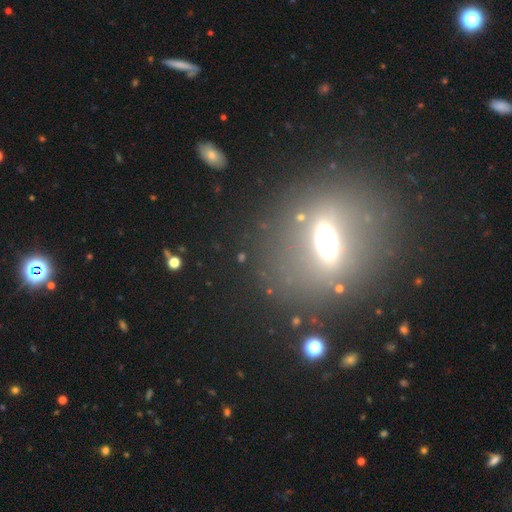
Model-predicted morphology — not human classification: A featured or disk galaxy (50%).

Vote fractions:
- Smooth or featured? featured or disk: 50% / smooth: 28% / star or artifact: 22%
- Edge-on disk? no: 51% / yes: 49%
- Merging? none: 81% / minor disturbance: 10% / major disturbance: 6% / merger: 3%